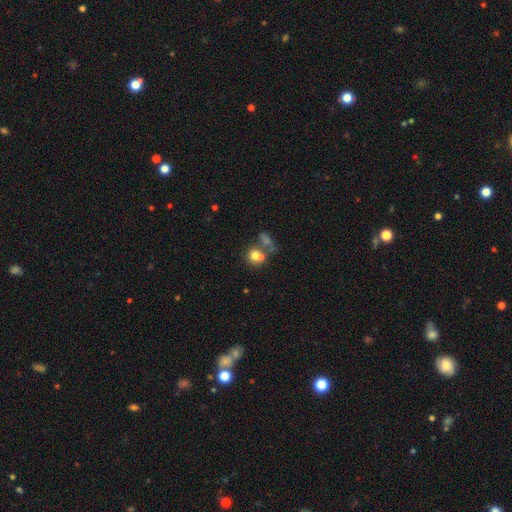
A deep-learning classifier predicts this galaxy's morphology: smooth_or_featured: smooth (p=0.70) [alt: featured or disk p=0.17]
how_rounded: round (p=0.76) [alt: in between p=0.23]
merging: merger (p=0.48) [alt: none p=0.36]